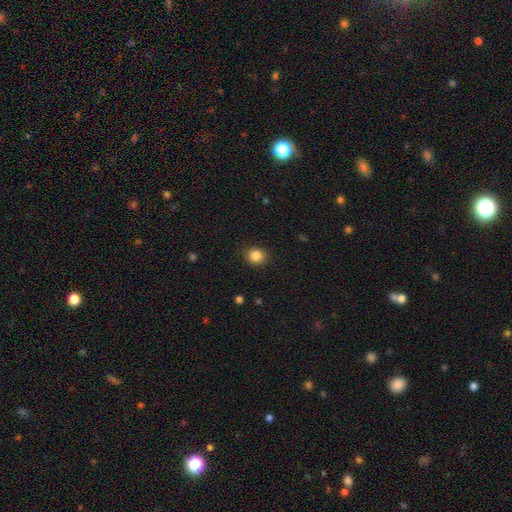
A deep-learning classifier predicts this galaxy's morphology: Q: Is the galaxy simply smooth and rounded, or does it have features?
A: smooth — 86%.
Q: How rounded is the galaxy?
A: round — 78%.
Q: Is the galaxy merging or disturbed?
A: none — 89%.